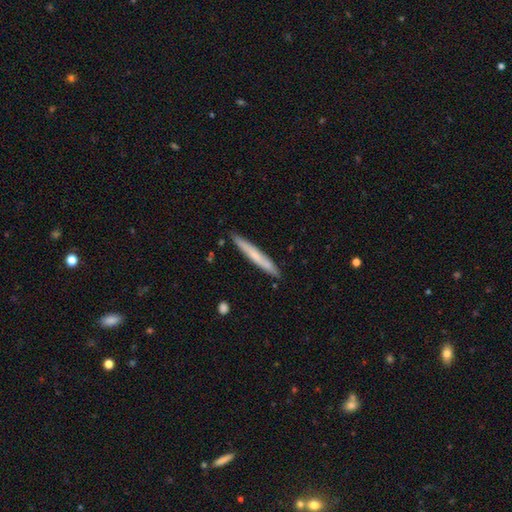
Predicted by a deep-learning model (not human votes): A smooth galaxy with no disk features (63%) that is cigar-shaped (96%). Merging: none (89%).